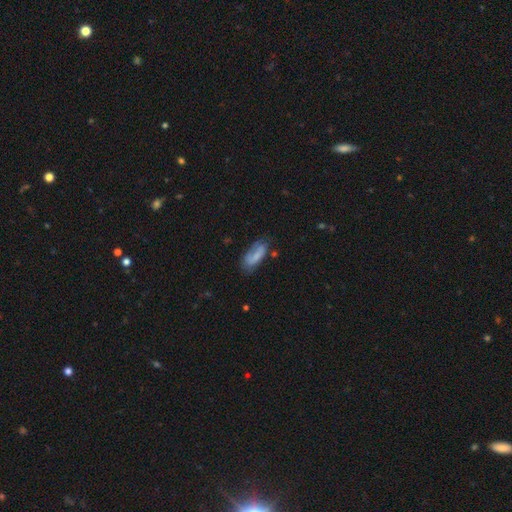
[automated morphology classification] Q: Smooth or featured?
A: smooth (62%); runner-up: featured or disk (30%)
Q: How rounded?
A: in between (81%); runner-up: cigar-shaped (16%)
Q: Merging?
A: none (49%); runner-up: minor disturbance (31%)